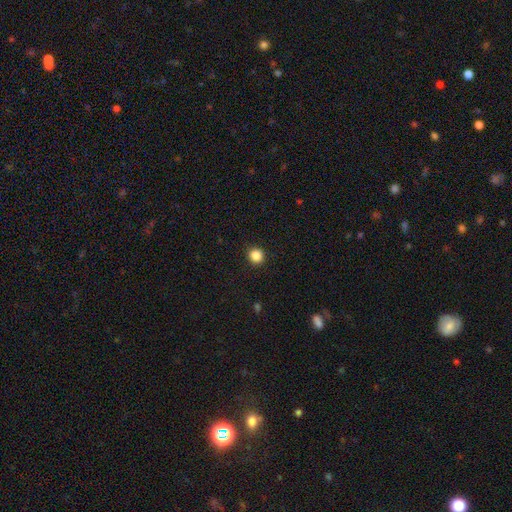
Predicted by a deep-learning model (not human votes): Morphology: type=smooth (86%); roundness=round (91%); merging=none (92%).